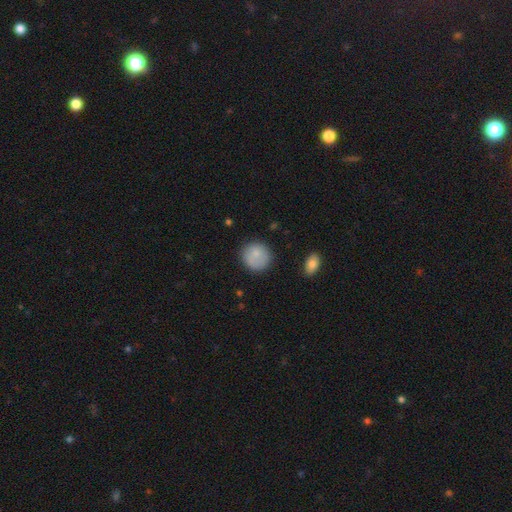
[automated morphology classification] The model was most divided on "merging": none: 81%, minor disturbance: 13%, major disturbance: 4%, merger: 2%. More confident: how rounded — round (92%); smooth or featured — smooth (81%).